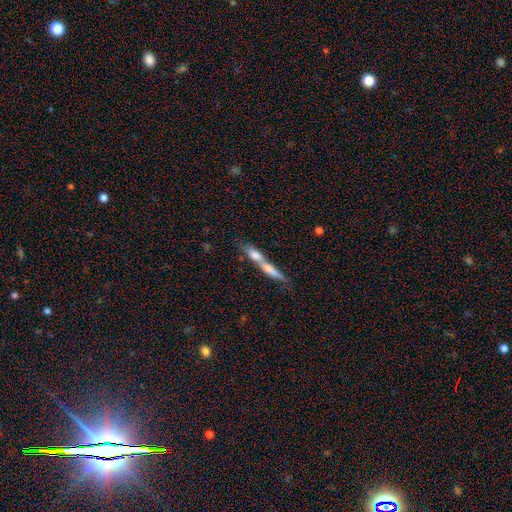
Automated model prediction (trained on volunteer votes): Smooth or featured: smooth — 54% (featured or disk — 36%)
How rounded: cigar-shaped — 78% (in between — 18%)
Merging: merger — 54% (none — 32%)